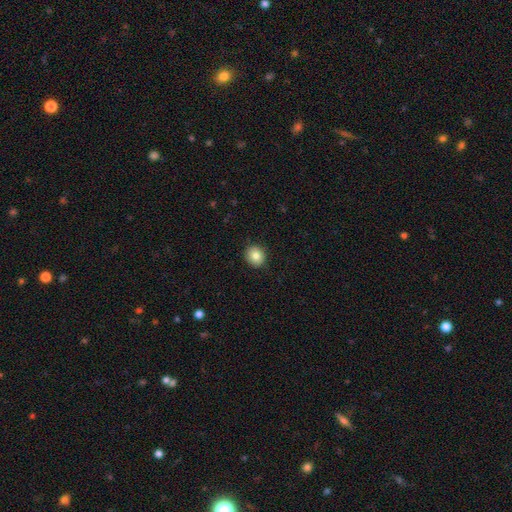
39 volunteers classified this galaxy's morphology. A smooth galaxy with no disk features (87%) that is round (85%).

Vote fractions:
- Smooth or featured? smooth: 87% / star or artifact: 10% / featured or disk: 3%
- How rounded? round: 85% / in between: 15% / cigar-shaped: 0%
- Merging? none: 80% / minor disturbance: 14% / major disturbance: 3% / merger: 3%